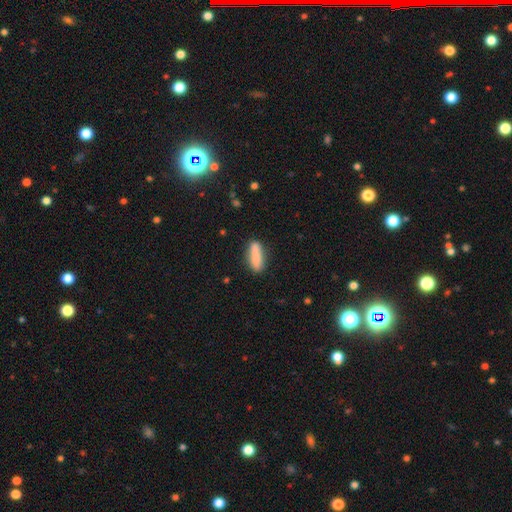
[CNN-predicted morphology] This is clearly a smooth galaxy (86%). How rounded: possibly cigar-shaped (59%). Merging: clearly none (83%).